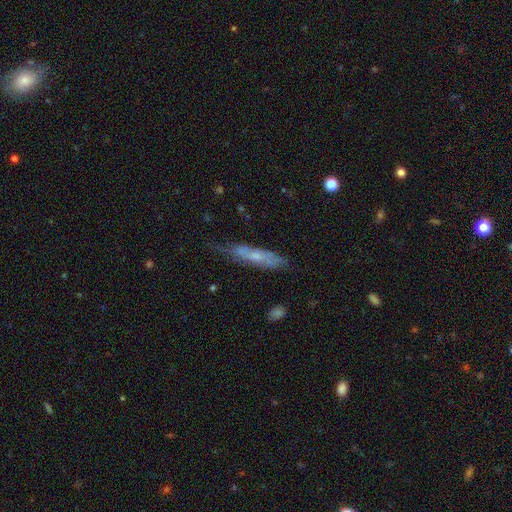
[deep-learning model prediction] Smooth or featured? featured or disk (51%)
Edge-on disk? yes (55%)
Merging? none (59%)